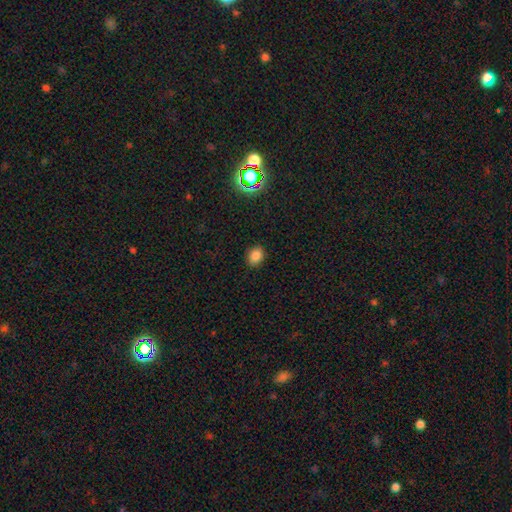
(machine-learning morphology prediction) Smooth or featured? Predicted: smooth (p=0.82). How rounded? Predicted: in between (p=0.64). Merging? Predicted: none (p=0.88).